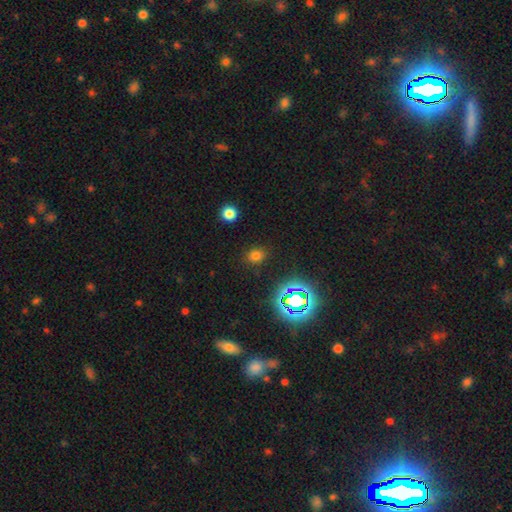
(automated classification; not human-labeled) Overall: smooth (68%). How rounded: round (62%; in between 36%). Merging: none (86%).